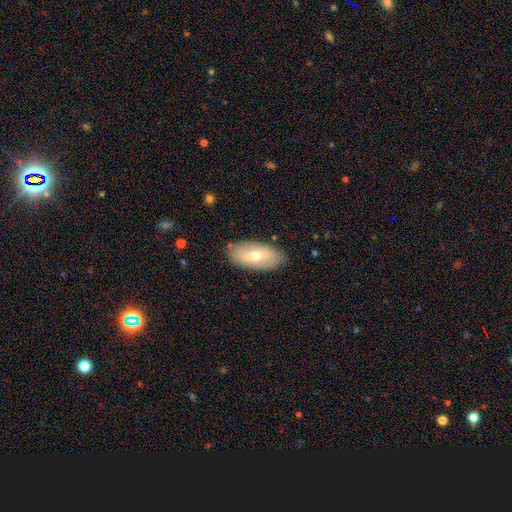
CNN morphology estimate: Smooth or featured: smooth — 54% (featured or disk — 39%)
How rounded: in between — 90% (cigar-shaped — 7%)
Merging: none — 86% (minor disturbance — 11%)